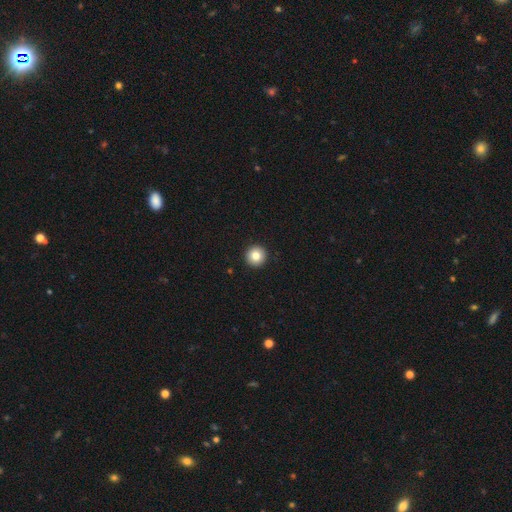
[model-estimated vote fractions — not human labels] This is clearly a smooth galaxy (83%). How rounded: clearly round (96%). Merging: clearly none (94%).